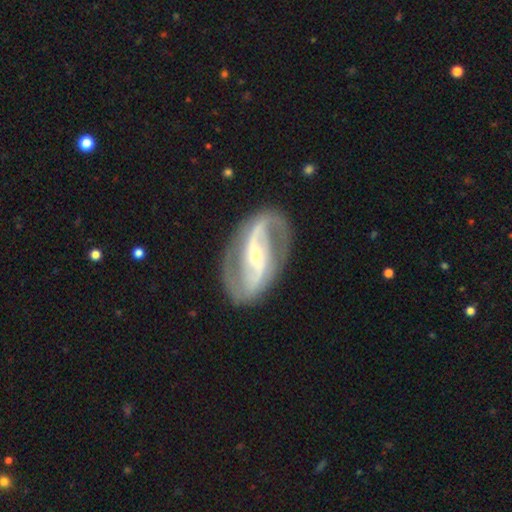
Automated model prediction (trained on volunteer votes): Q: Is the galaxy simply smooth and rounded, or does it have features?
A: featured or disk — 90%.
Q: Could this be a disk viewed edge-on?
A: no — 96%.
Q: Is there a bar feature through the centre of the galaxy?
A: strong — 49%.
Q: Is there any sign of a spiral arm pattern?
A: yes — 95%.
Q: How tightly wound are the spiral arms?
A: medium — 48%.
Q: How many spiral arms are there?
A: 2 — 92%.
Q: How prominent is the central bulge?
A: small — 69%.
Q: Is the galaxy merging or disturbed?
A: none — 82%.